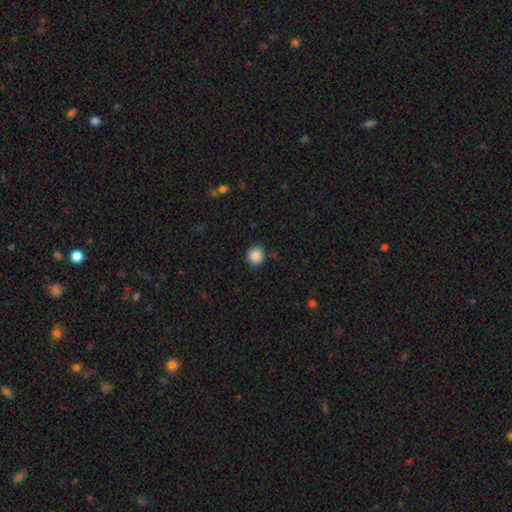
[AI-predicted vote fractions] Smooth or featured? smooth (87%)
How rounded? round (76%)
Merging? none (85%)